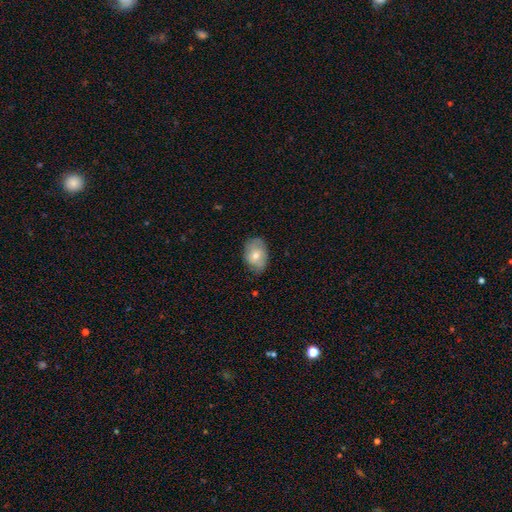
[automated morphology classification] Overall: smooth (62%; featured or disk 31%). How rounded: in between (71%). Merging: none (69%).